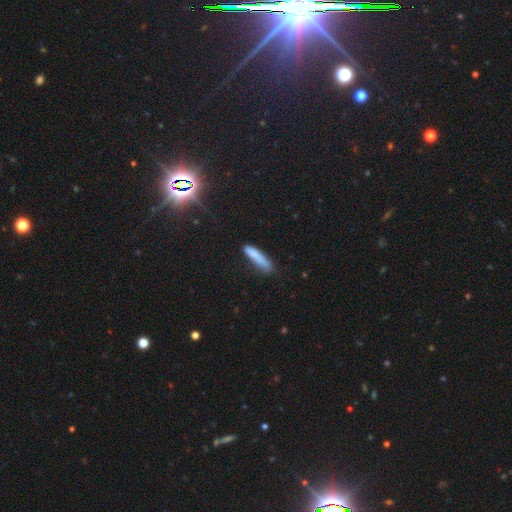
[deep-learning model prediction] smooth 82%, featured or disk 11%, star or artifact 7%. Down the decision tree: how rounded — cigar-shaped (85%); merging — none (67%).